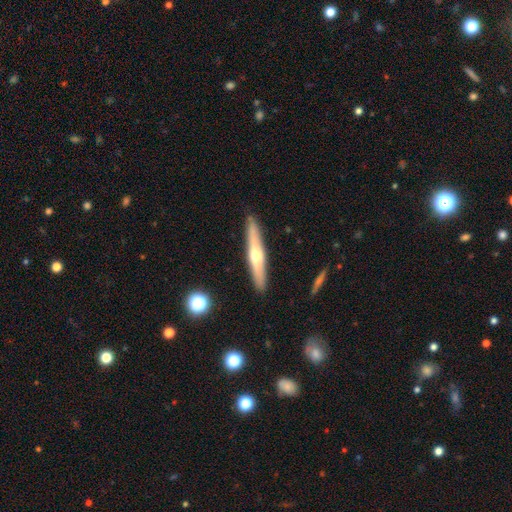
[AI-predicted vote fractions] featured or disk 57%, smooth 37%, star or artifact 6%. Down the decision tree: edge-on disk — yes (94%); edge-on bulge — rounded (85%); merging — none (90%).